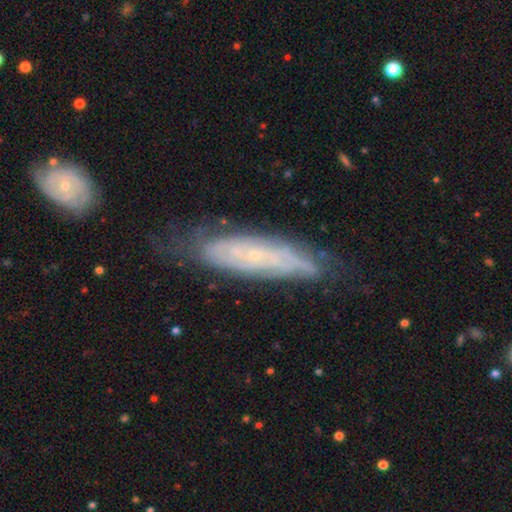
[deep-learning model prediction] A featured or disk galaxy (72%) with no bar (79%), spiral arms (82%) and a small central bulge (85%).

Vote fractions:
- Smooth or featured? featured or disk: 72% / smooth: 20% / star or artifact: 8%
- Edge-on disk? no: 77% / yes: 23%
- Bar? no: 79% / weak: 16% / strong: 4%
- Spiral arms? yes: 82% / no: 18%
- Bulge size? small: 85% / moderate: 10% / none: 3% / large: 1% / dominant: 1%
- Merging? none: 66% / minor disturbance: 23% / major disturbance: 8% / merger: 3%